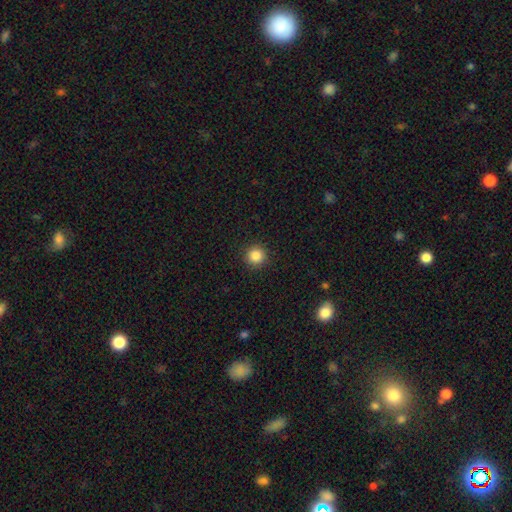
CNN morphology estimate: Q: Smooth or featured?
A: smooth (86%); runner-up: star or artifact (10%)
Q: How rounded?
A: round (95%); runner-up: in between (4%)
Q: Merging?
A: none (92%); runner-up: minor disturbance (5%)